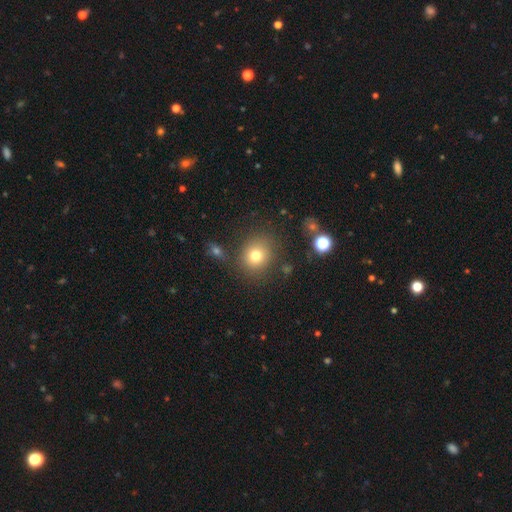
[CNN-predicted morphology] type=smooth (76%); roundness=round (83%); merging=none (80%).